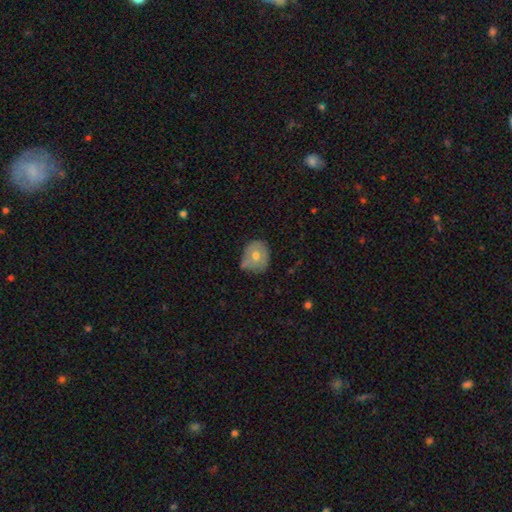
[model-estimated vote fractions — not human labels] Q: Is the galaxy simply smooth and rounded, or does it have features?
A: smooth — 61%.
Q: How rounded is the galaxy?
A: round — 72%.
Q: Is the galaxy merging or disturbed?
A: none — 60%.